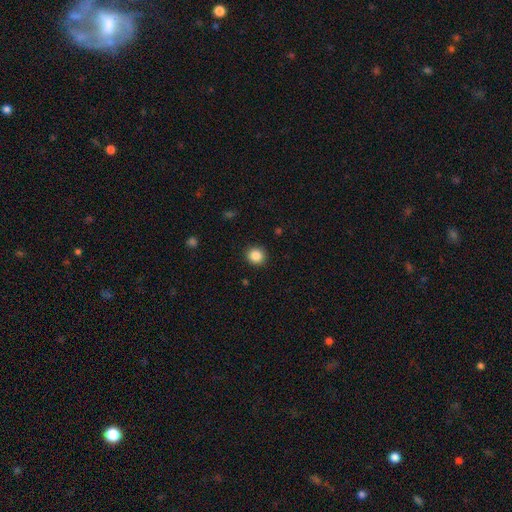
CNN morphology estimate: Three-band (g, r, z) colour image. It shows a smooth galaxy with no disk features (86%) that is round (90%). Merging: none (91%).